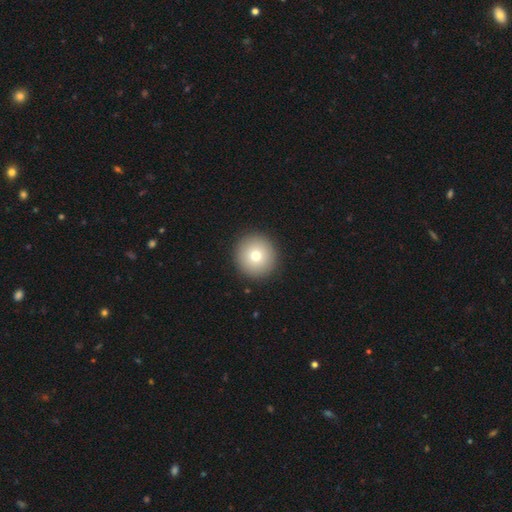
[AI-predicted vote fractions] Morphology: type=smooth (76%); roundness=round (95%); merging=none (93%).